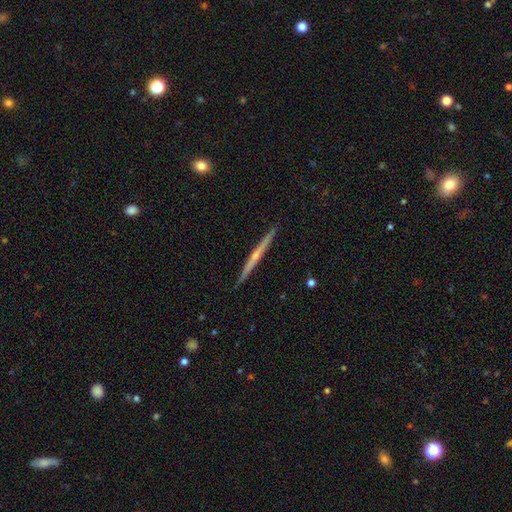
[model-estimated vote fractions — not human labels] Q: Smooth or featured?
A: featured or disk (70%); runner-up: smooth (24%)
Q: Edge-on disk?
A: yes (98%); runner-up: no (2%)
Q: Edge-on bulge?
A: rounded (50%); runner-up: none (45%)
Q: Merging?
A: none (91%); runner-up: minor disturbance (6%)